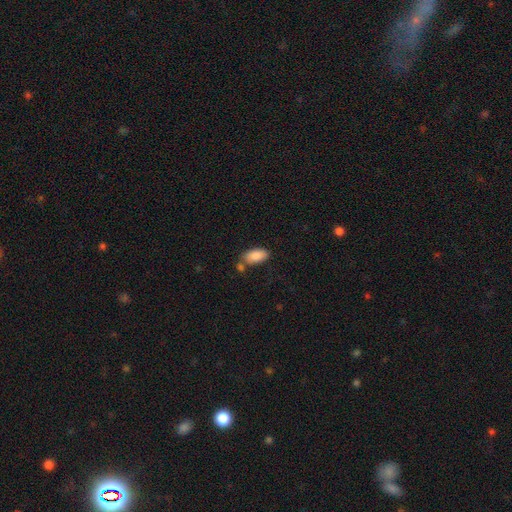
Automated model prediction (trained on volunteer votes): This appears to be a smooth galaxy with no disk features (88%) that is in between round and cigar-shaped (92%). Merging: none (65%).